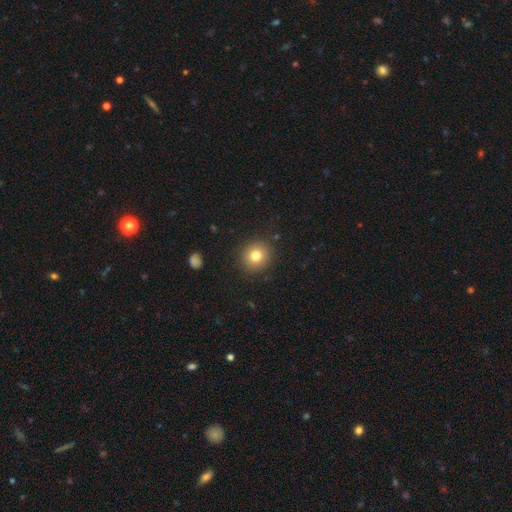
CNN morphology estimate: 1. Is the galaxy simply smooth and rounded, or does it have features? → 79% smooth, 12% star or artifact, 9% featured or disk.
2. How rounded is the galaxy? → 85% round, 14% in between, 1% cigar-shaped.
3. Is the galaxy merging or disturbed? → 89% none, 7% minor disturbance, 3% major disturbance, 1% merger.